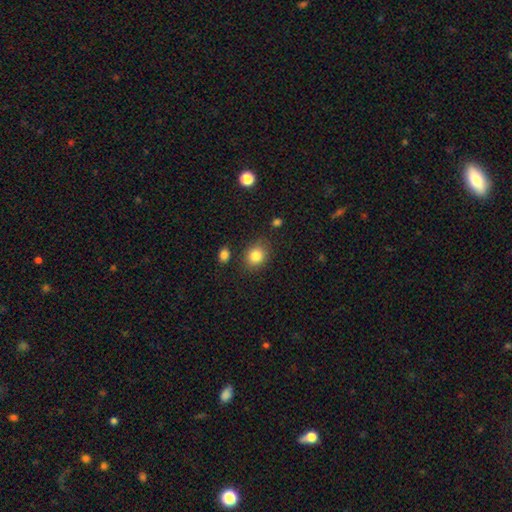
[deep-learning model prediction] The model was most divided on "how rounded": round: 59%, in between: 40%, cigar-shaped: 1%. More confident: smooth or featured — smooth (84%); merging — none (80%).